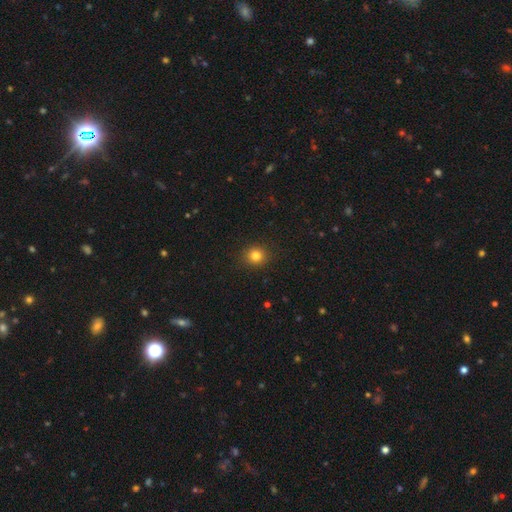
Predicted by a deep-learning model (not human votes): A smooth galaxy with no disk features (82%) that is round (86%). Merging: none (91%).